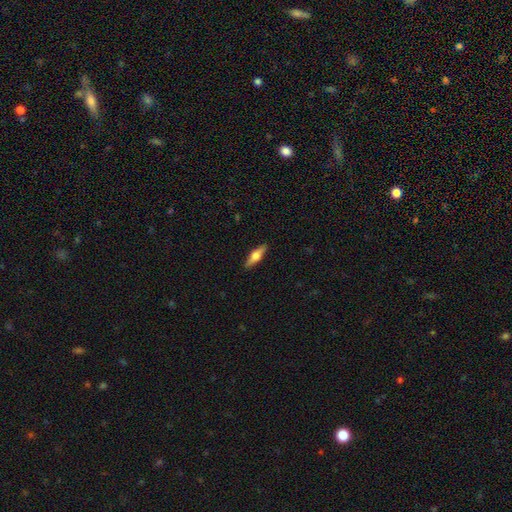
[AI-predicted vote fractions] Smooth or featured? Predicted: featured or disk (p=0.50). Edge-on disk? Predicted: yes (p=0.94). Merging? Predicted: none (p=0.90).